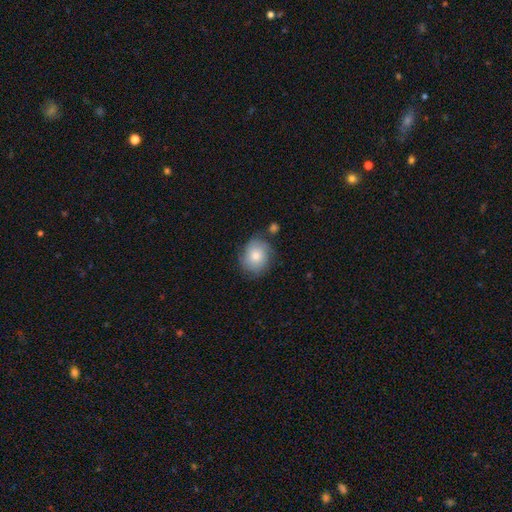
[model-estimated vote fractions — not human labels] Smooth or featured: smooth — 76% (featured or disk — 16%)
How rounded: round — 66% (in between — 33%)
Merging: none — 70% (minor disturbance — 20%)